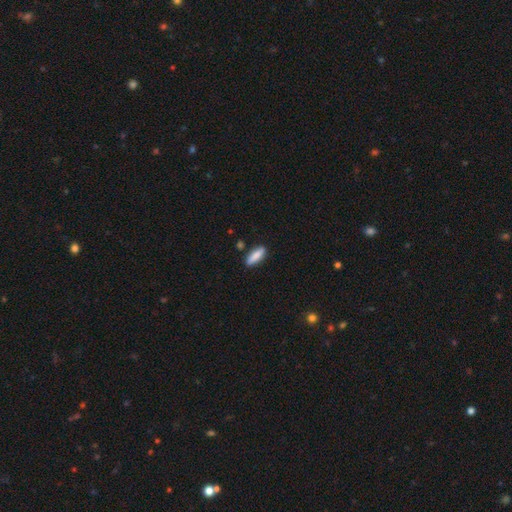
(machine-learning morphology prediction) Overall: smooth (82%). How rounded: cigar-shaped (53%; in between 45%). Merging: none (84%).